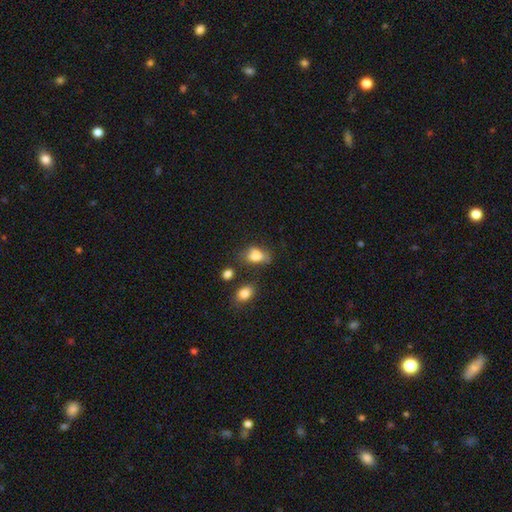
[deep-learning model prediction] A smooth galaxy with no disk features (77%) that is in between round and cigar-shaped (82%).

Vote fractions:
- Smooth or featured? smooth: 77% / featured or disk: 12% / star or artifact: 11%
- How rounded? in between: 82% / round: 15% / cigar-shaped: 3%
- Merging? none: 41% / minor disturbance: 31% / major disturbance: 16% / merger: 12%